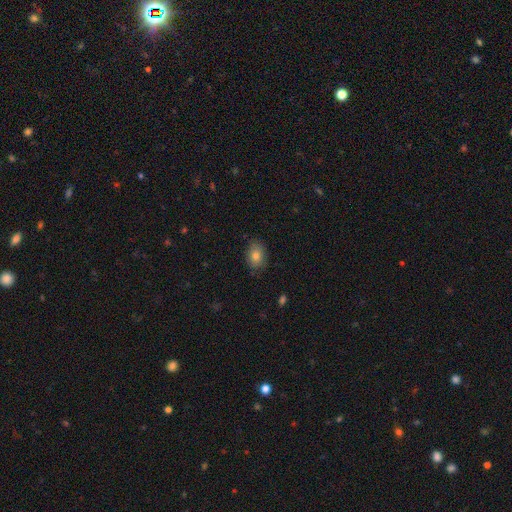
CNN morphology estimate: smooth-or-featured: smooth: 82% | featured or disk: 9% | star or artifact: 9%
  how-rounded: in between: 74% | round: 24% | cigar-shaped: 1%
  merging: none: 82% | minor disturbance: 14% | major disturbance: 3% | merger: 1%